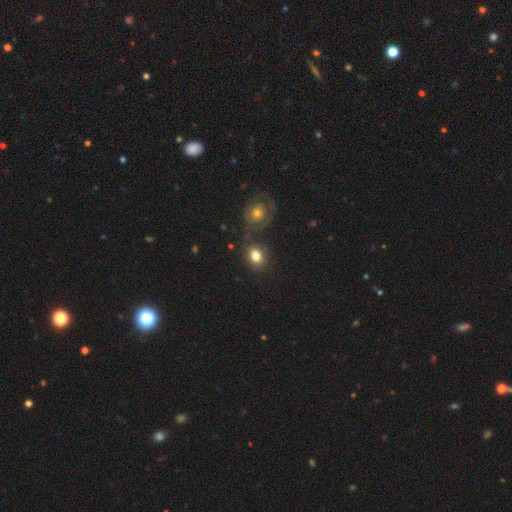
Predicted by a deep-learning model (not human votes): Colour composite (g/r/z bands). It shows a smooth galaxy with no disk features (80%) that is in between round and cigar-shaped (53%). Merging: none (69%).